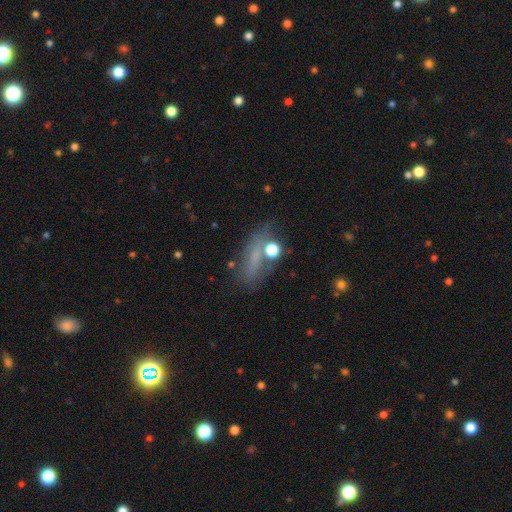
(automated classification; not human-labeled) Q: Smooth or featured?
A: smooth (52%); runner-up: featured or disk (26%)
Q: How rounded?
A: in between (55%); runner-up: cigar-shaped (30%)
Q: Merging?
A: none (53%); runner-up: minor disturbance (21%)